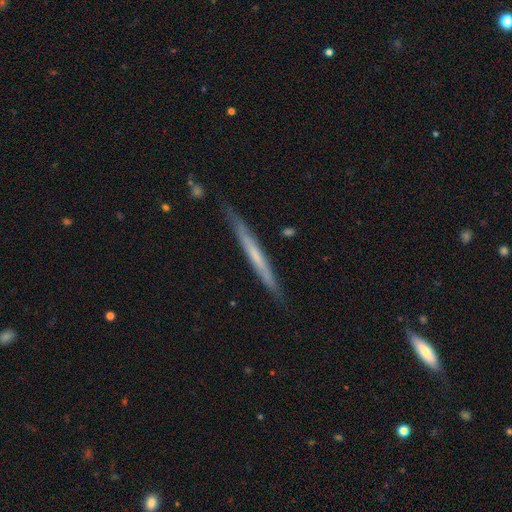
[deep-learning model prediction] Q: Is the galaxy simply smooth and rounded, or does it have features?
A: featured or disk — 52%.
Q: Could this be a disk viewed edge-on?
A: yes — 94%.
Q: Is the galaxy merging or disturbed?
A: none — 84%.